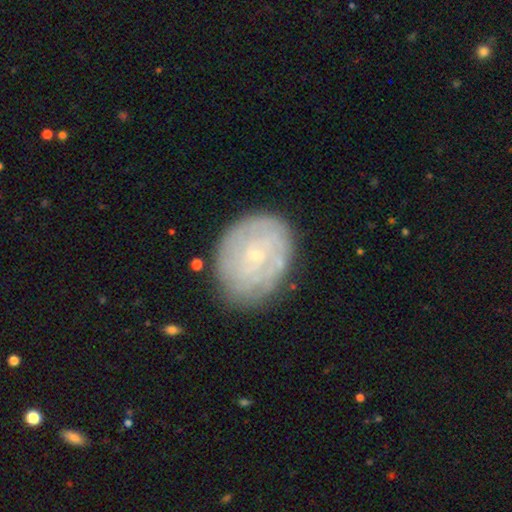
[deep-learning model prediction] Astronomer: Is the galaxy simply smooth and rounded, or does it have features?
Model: featured or disk — 64%.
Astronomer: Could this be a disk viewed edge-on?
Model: no — 97%.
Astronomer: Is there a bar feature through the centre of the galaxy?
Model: no — 77%.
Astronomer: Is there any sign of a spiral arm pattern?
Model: yes — 73%.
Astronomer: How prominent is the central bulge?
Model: small — 82%.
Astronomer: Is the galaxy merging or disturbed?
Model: none — 77%.